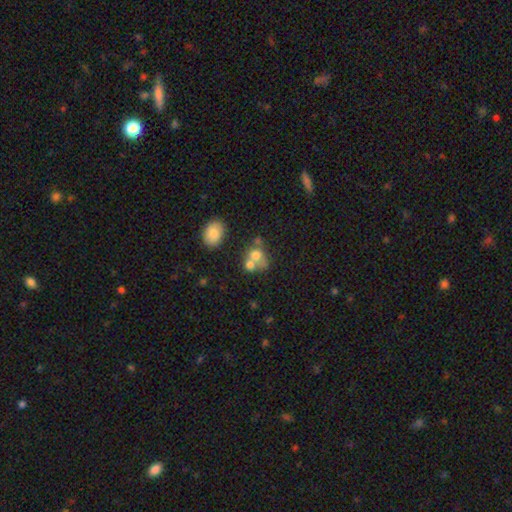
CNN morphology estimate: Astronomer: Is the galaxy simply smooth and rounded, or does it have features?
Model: smooth — 67%.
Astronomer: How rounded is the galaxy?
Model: round — 63%.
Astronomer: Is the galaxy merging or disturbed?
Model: merger — 58%.